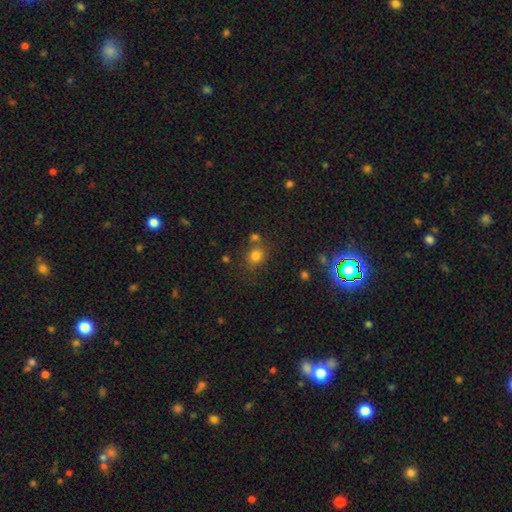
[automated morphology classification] This is likely a smooth galaxy (78%). How rounded: likely round (73%). Merging: likely none (65%).